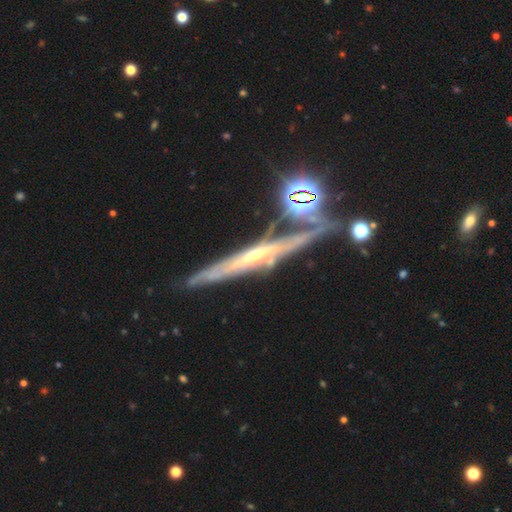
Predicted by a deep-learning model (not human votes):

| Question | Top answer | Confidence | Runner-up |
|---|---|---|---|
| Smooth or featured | featured or disk | 74% | star or artifact (14%) |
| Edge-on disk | yes | 90% | no (10%) |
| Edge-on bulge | rounded | 48% | none (42%) |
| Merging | none | 70% | minor disturbance (15%) |